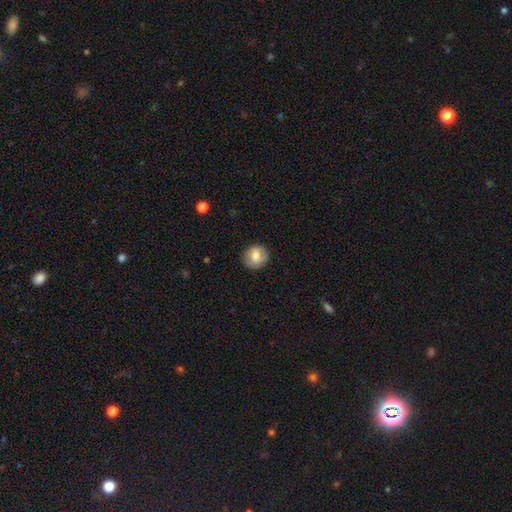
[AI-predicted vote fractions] Smooth or featured?
  - smooth: 62% *
  - featured or disk: 31%
  - star or artifact: 8%
How rounded?
  - round: 79% *
  - in between: 20%
  - cigar-shaped: 1%
Merging?
  - none: 85% *
  - minor disturbance: 11%
  - major disturbance: 3%
  - merger: 1%